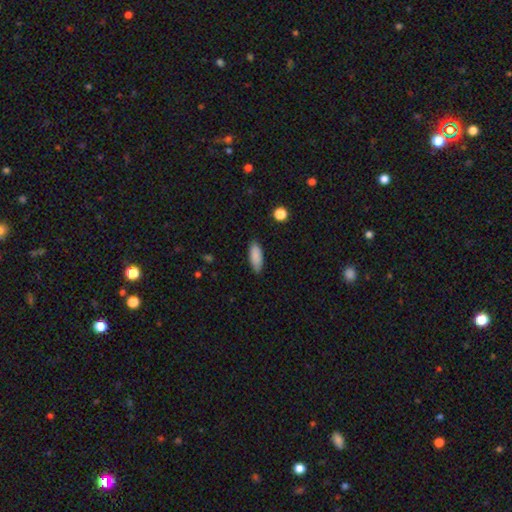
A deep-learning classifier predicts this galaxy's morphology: This is clearly a smooth galaxy (88%). How rounded: likely in between (73%). Merging: clearly none (85%).